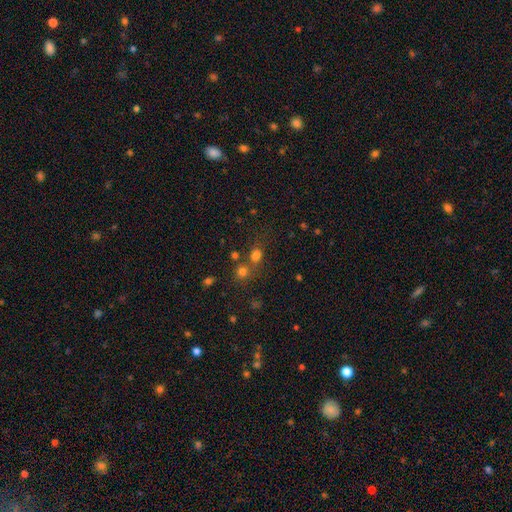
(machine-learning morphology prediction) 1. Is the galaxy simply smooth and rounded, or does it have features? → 66% smooth, 25% star or artifact, 8% featured or disk.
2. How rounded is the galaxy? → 71% round, 27% in between, 2% cigar-shaped.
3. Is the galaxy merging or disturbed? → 55% none, 30% merger, 9% minor disturbance, 5% major disturbance.